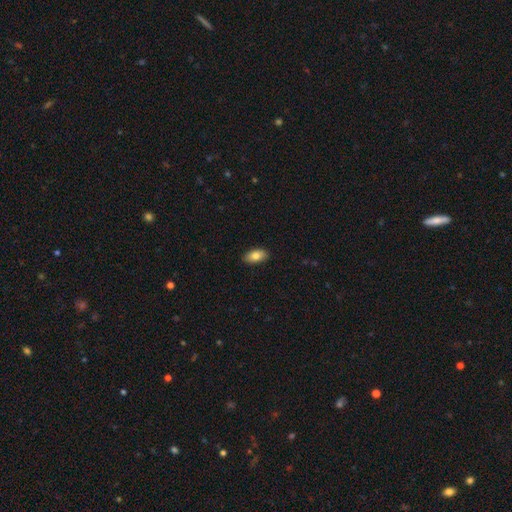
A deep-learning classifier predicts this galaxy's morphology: Q: Smooth or featured?
A: smooth (81%); runner-up: featured or disk (12%)
Q: How rounded?
A: in between (91%); runner-up: cigar-shaped (5%)
Q: Merging?
A: none (89%); runner-up: minor disturbance (9%)